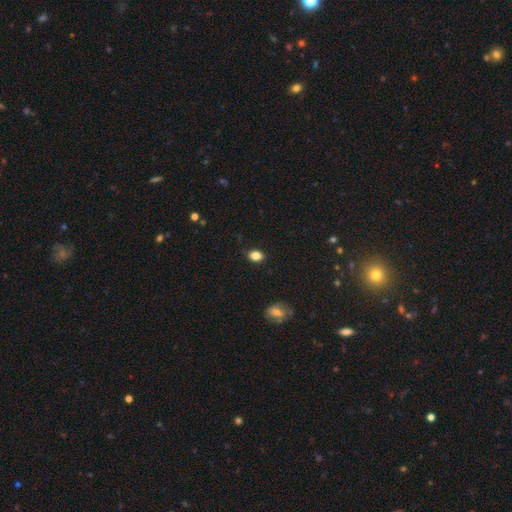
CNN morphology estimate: This appears to be a smooth galaxy with no disk features (83%) that is in between round and cigar-shaped (62%). Merging: none (81%).